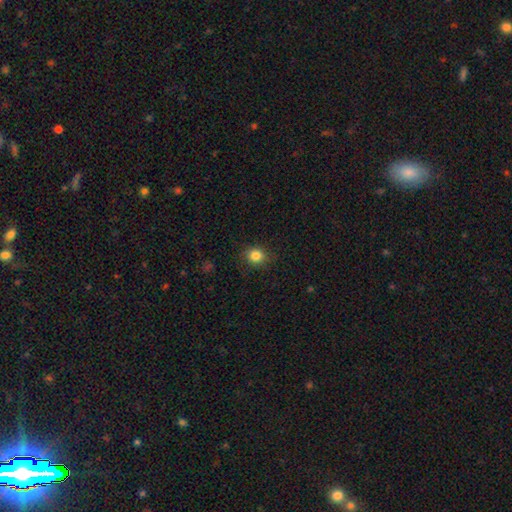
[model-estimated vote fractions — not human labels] This appears to be a smooth galaxy with no disk features (84%) that is round (83%). Merging: none (87%).